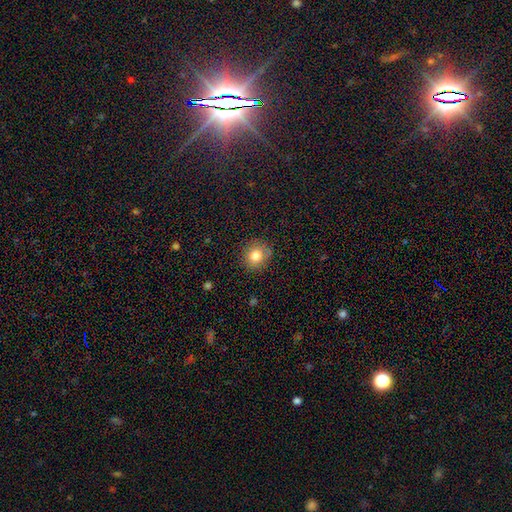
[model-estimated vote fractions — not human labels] The model was most divided on "smooth or featured": smooth: 81%, star or artifact: 10%, featured or disk: 9%. More confident: how rounded — round (86%); merging — none (86%).